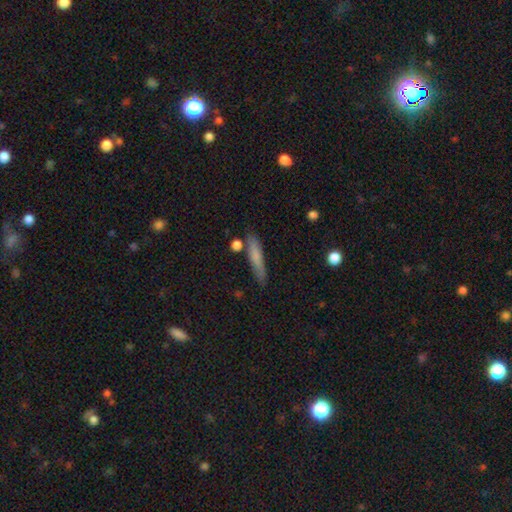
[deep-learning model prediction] Overall: smooth (72%). How rounded: cigar-shaped (86%). Merging: none (76%).